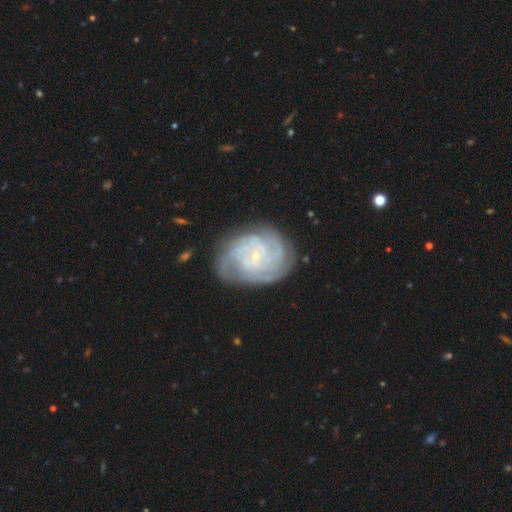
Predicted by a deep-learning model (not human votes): This is clearly a featured or disk galaxy (84%). It is clearly not viewed edge-on (98%). Bar: likely no (73%). Spiral arm pattern: clearly yes (96%). Spiral arm count: marginally can't tell (30%). Spiral winding: likely tight (73%). Central bulge: clearly small (86%). Merging: likely none (74%).